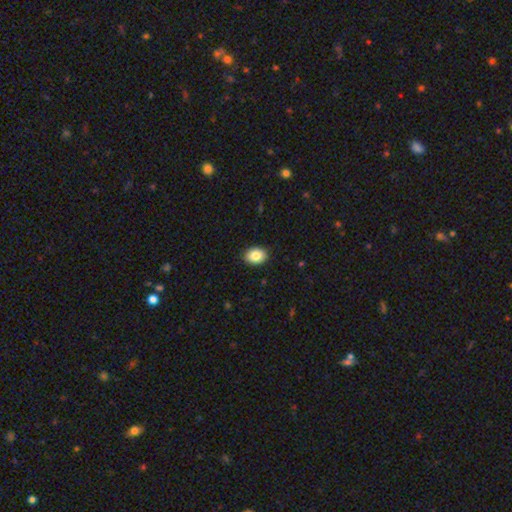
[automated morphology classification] Smooth or featured?
  - smooth: 86% *
  - star or artifact: 8%
  - featured or disk: 6%
How rounded?
  - in between: 77% *
  - round: 22%
  - cigar-shaped: 1%
Merging?
  - none: 90% *
  - minor disturbance: 7%
  - major disturbance: 2%
  - merger: 1%